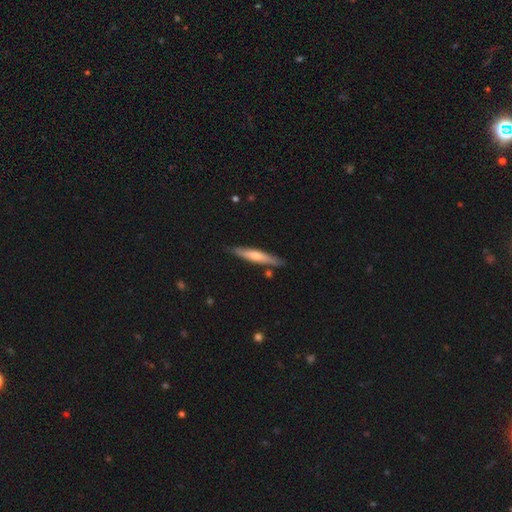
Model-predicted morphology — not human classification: A smooth galaxy with no disk features (54%) that is cigar-shaped (90%). Merging: none (82%).